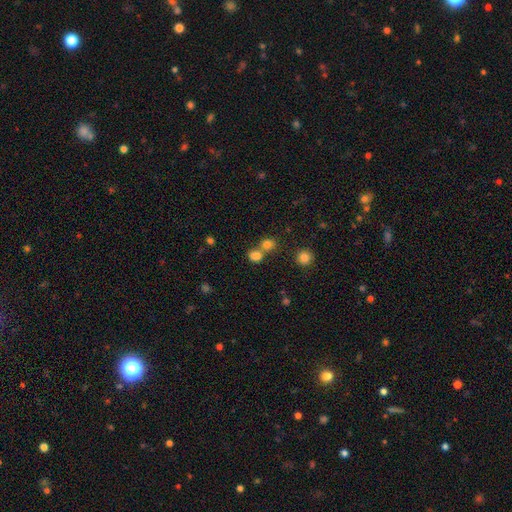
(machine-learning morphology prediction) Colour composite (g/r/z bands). It shows a smooth galaxy with no disk features (78%) that is round (59%). Merging: merger (45%).